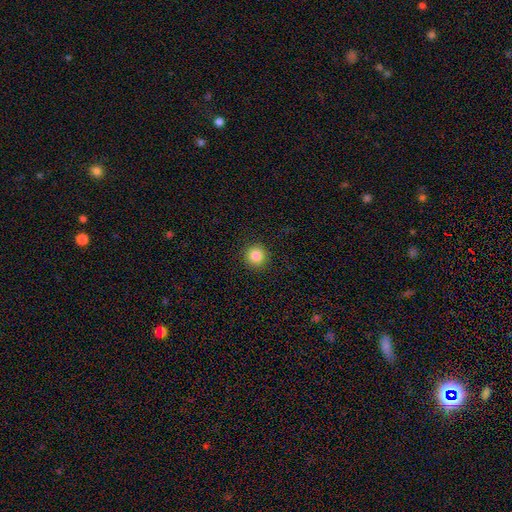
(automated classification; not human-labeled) smooth-or-featured: smooth: 86% | star or artifact: 10% | featured or disk: 4%
  how-rounded: round: 94% | in between: 5% | cigar-shaped: 1%
  merging: none: 91% | minor disturbance: 5% | major disturbance: 2% | merger: 1%